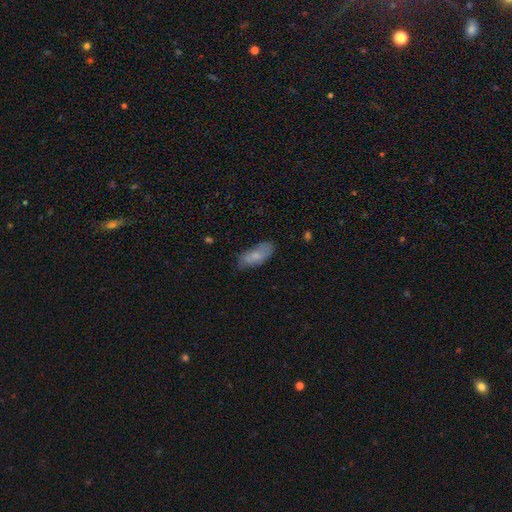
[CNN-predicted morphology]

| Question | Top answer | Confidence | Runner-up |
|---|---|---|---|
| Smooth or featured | smooth | 73% | featured or disk (21%) |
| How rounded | in between | 83% | cigar-shaped (14%) |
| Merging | none | 71% | minor disturbance (22%) |